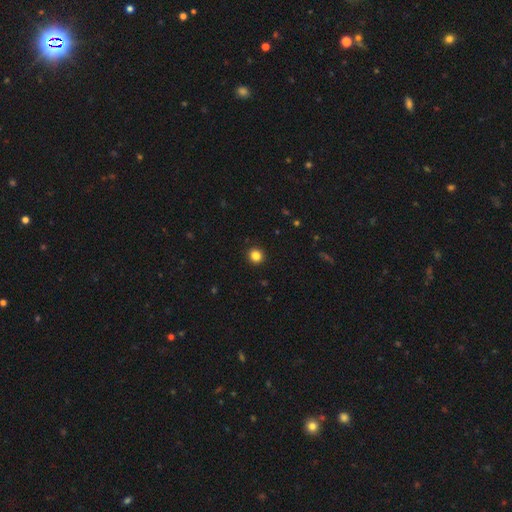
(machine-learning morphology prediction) Overall: smooth (84%). How rounded: round (91%). Merging: none (93%).